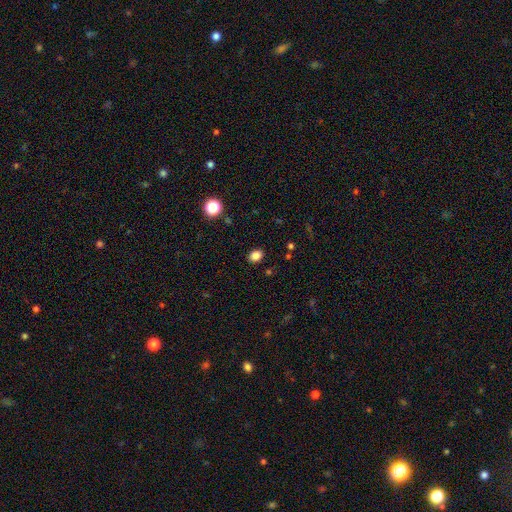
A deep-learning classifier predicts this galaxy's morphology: smooth 85%, star or artifact 11%, featured or disk 4%. Down the decision tree: how rounded — in between (66%); merging — none (88%).